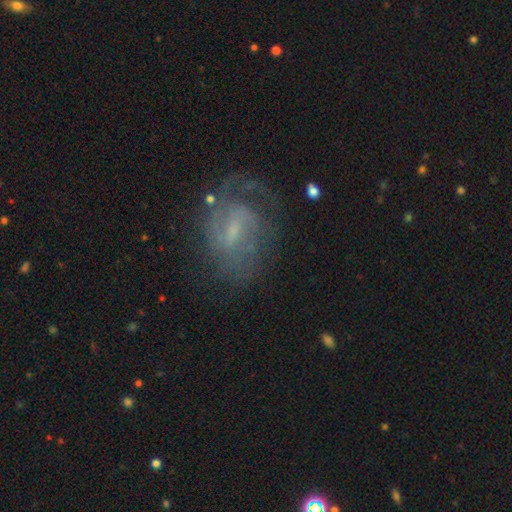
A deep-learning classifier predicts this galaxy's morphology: A featured or disk galaxy (71%) with a weak bar (57%), 2 (43%) medium (42%) spiral arms (84%) and a small central bulge (55%).

Vote fractions:
- Smooth or featured? featured or disk: 71% / smooth: 17% / star or artifact: 11%
- Edge-on disk? no: 96% / yes: 4%
- Bar? weak: 57% / no: 25% / strong: 18%
- Spiral arms? yes: 84% / no: 16%
- Spiral winding? medium: 42% / tight: 37% / loose: 21%
- Spiral arm count? 2: 43% / can't tell: 32% / 1: 13% / 3: 7% / 4: 3% / more than 4: 3%
- Bulge size? small: 55% / moderate: 23% / none: 19% / large: 2% / dominant: 1%
- Merging? none: 61% / minor disturbance: 19% / major disturbance: 17% / merger: 2%